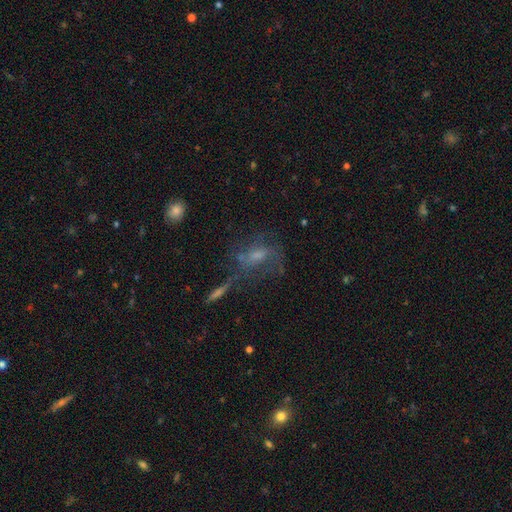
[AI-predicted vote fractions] This appears to be a featured or disk galaxy (53%). Merging: none (45%).